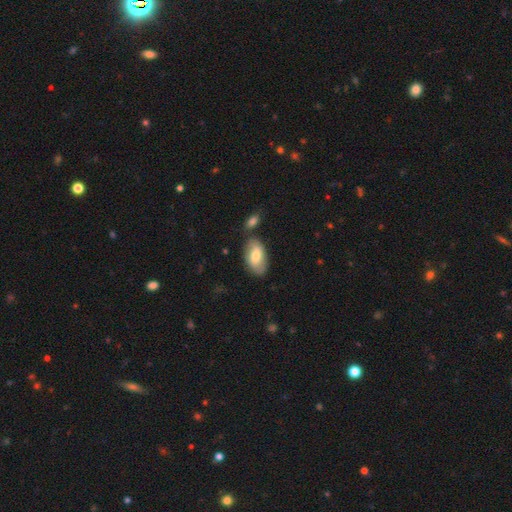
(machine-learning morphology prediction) Smooth or featured? smooth (74%)
How rounded? in between (94%)
Merging? none (72%)